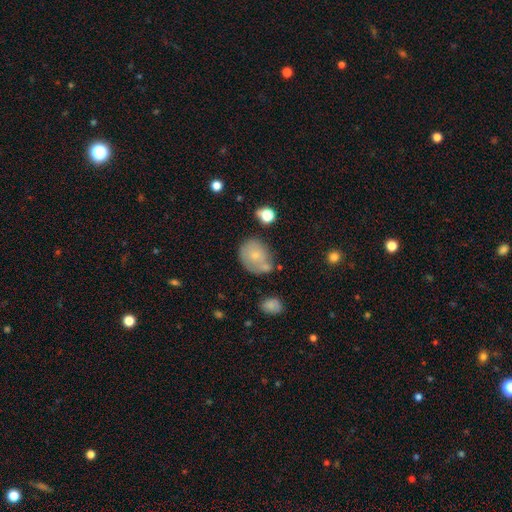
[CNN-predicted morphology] A smooth galaxy with no disk features (62%) that is round (63%). Merging: none (51%).